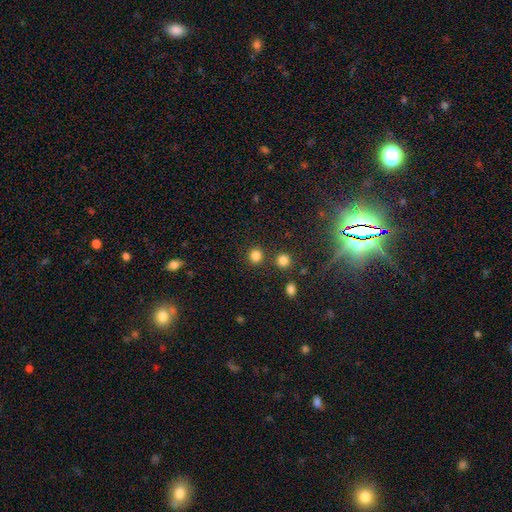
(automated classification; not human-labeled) Smooth or featured: smooth — 82% (star or artifact — 14%)
How rounded: round — 84% (in between — 15%)
Merging: none — 82% (merger — 8%)